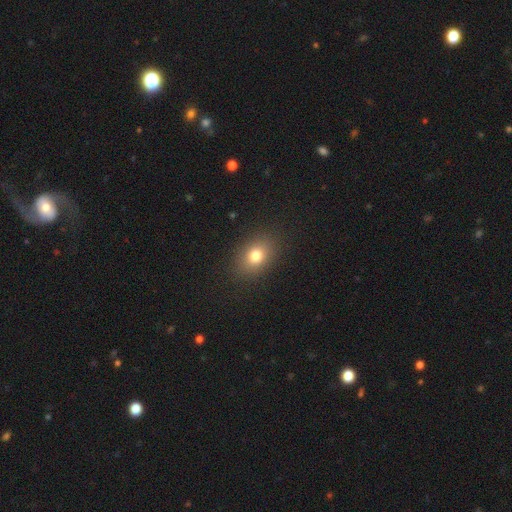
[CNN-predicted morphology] A smooth galaxy with no disk features (78%) that is in between round and cigar-shaped (65%). Merging: none (88%).